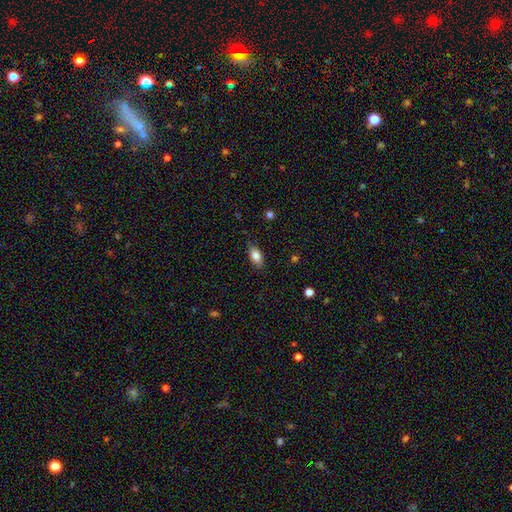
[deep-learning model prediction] smooth_or_featured: smooth (p=0.82) [alt: featured or disk p=0.10]
how_rounded: in between (p=0.89) [alt: cigar-shaped p=0.06]
merging: none (p=0.81) [alt: minor disturbance p=0.15]